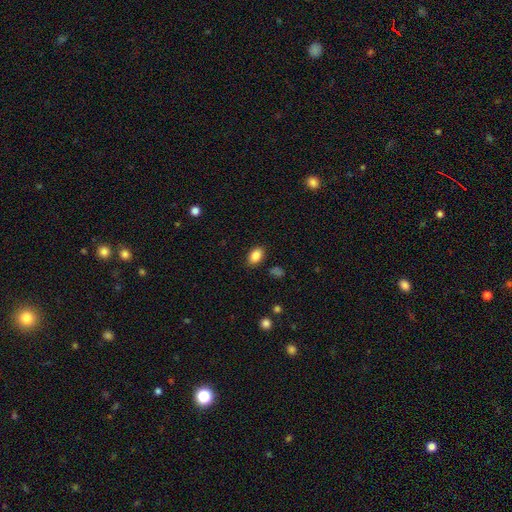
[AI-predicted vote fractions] Overall: smooth (86%). How rounded: in between (82%). Merging: none (86%).